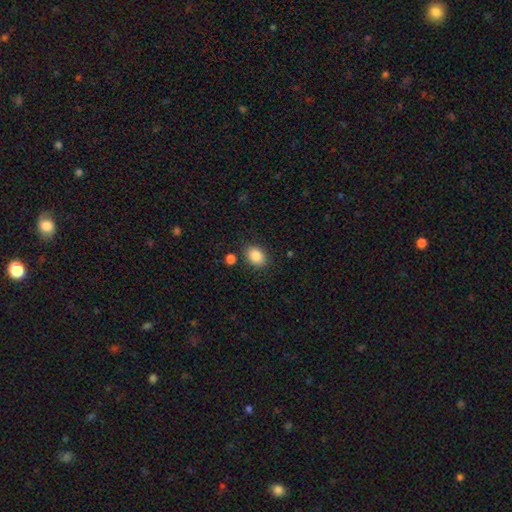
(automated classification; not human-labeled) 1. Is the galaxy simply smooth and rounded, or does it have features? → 87% smooth, 9% star or artifact, 4% featured or disk.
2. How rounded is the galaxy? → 66% in between, 33% round, 1% cigar-shaped.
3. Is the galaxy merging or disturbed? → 81% none, 12% minor disturbance, 4% merger, 3% major disturbance.